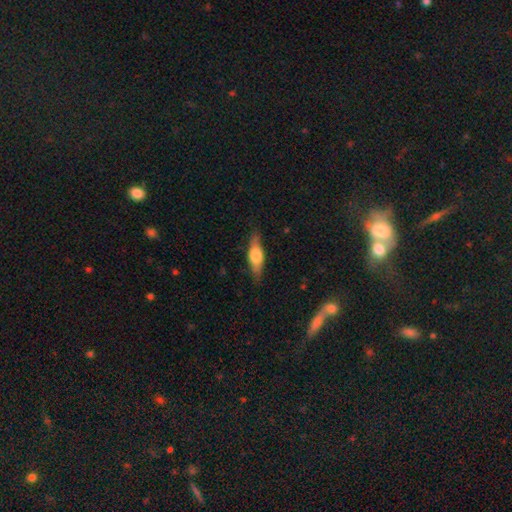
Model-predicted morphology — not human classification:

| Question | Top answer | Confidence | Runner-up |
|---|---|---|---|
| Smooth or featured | smooth | 51% | featured or disk (43%) |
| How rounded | in between | 51% | cigar-shaped (46%) |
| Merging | none | 83% | minor disturbance (13%) |